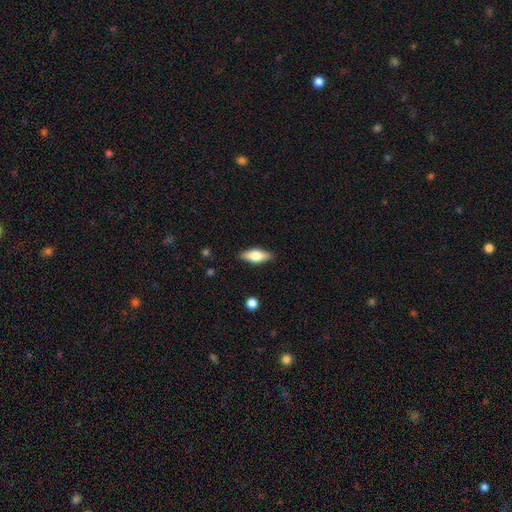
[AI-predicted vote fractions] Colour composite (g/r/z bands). It shows a smooth galaxy with no disk features (63%) that is in between round and cigar-shaped (74%). Merging: none (87%).